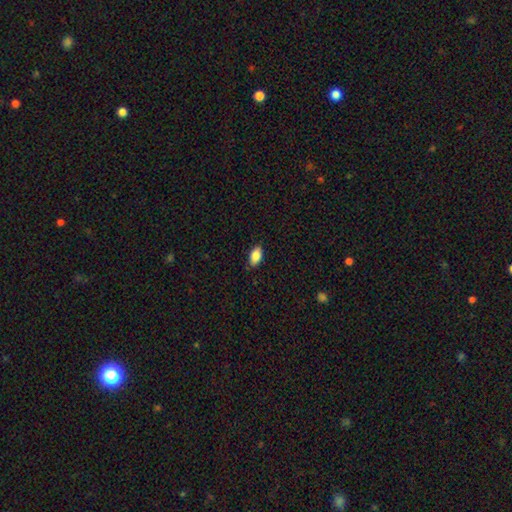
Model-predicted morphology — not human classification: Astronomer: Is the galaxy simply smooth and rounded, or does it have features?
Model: smooth — 84%.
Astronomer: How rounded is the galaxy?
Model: in between — 91%.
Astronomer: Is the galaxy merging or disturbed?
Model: none — 85%.